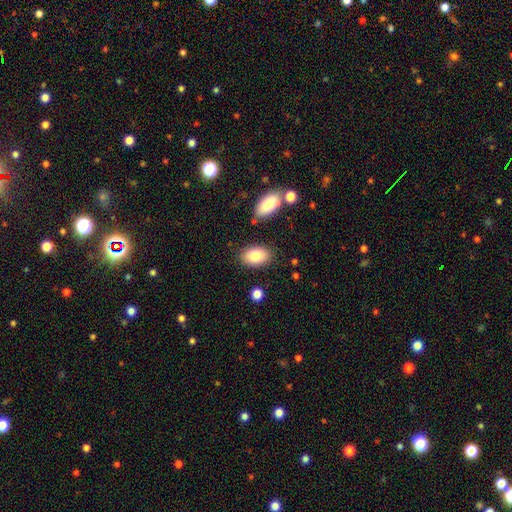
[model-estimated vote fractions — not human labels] Morphology: type=smooth (82%); roundness=in between (91%); merging=none (82%).